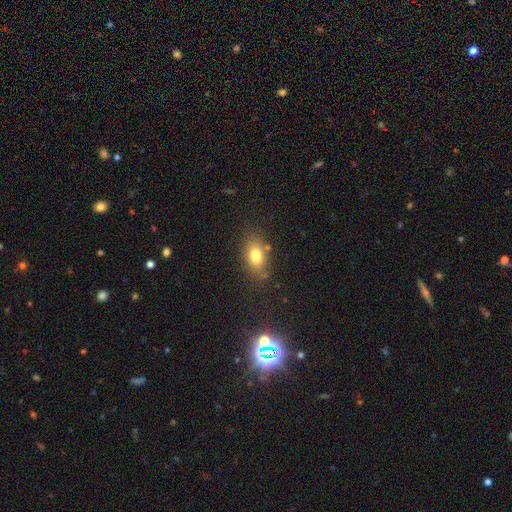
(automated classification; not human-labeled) A smooth galaxy with no disk features (77%) that is in between round and cigar-shaped (81%).

Vote fractions:
- Smooth or featured? smooth: 77% / featured or disk: 12% / star or artifact: 11%
- How rounded? in between: 81% / round: 16% / cigar-shaped: 3%
- Merging? none: 76% / minor disturbance: 15% / merger: 5% / major disturbance: 4%